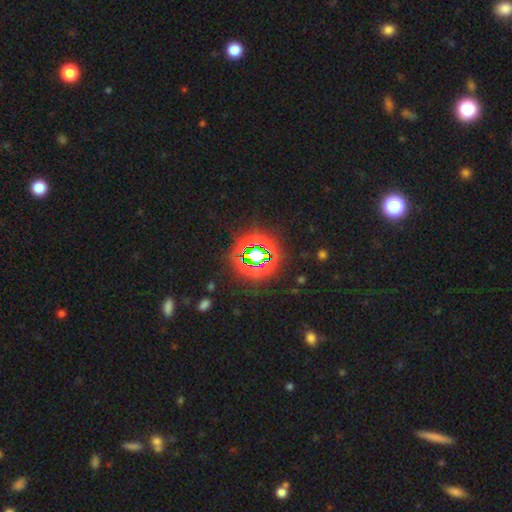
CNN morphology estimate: A star or artifact, not a galaxy (76%).